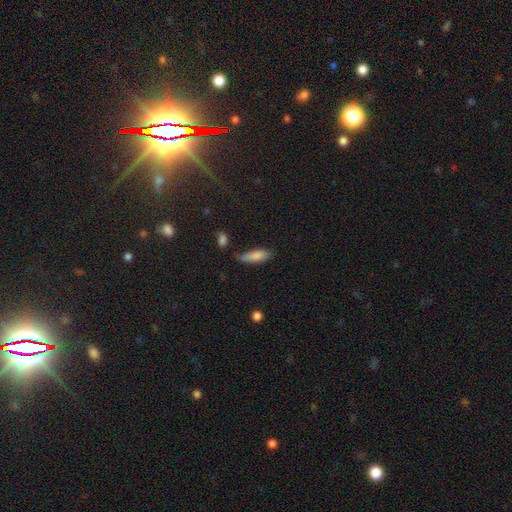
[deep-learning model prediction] smooth 85%, featured or disk 9%, star or artifact 7%. Down the decision tree: how rounded — in between (60%); merging — none (61%).